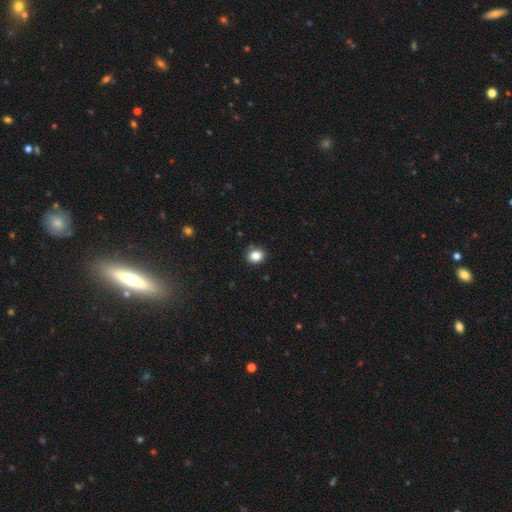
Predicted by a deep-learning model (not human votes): Smooth or featured? Predicted: smooth (p=0.84). How rounded? Predicted: round (p=0.67). Merging? Predicted: none (p=0.89).